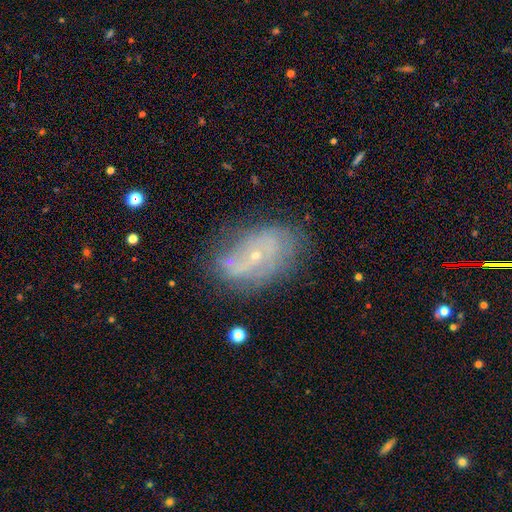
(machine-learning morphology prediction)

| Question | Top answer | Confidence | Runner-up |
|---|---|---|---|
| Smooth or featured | featured or disk | 68% | smooth (20%) |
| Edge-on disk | no | 95% | yes (5%) |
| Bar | no | 67% | weak (26%) |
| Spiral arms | yes | 70% | no (30%) |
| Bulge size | small | 84% | moderate (11%) |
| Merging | none | 60% | minor disturbance (24%) |